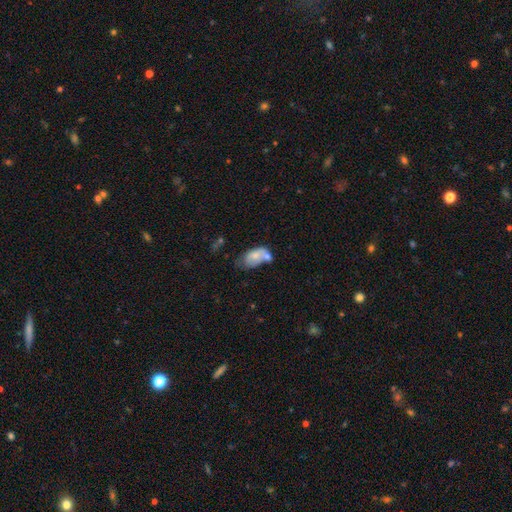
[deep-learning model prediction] The model was most divided on "merging": merger: 43%, none: 22%, minor disturbance: 21%, major disturbance: 15%. More confident: how rounded — in between (91%); smooth or featured — smooth (63%).